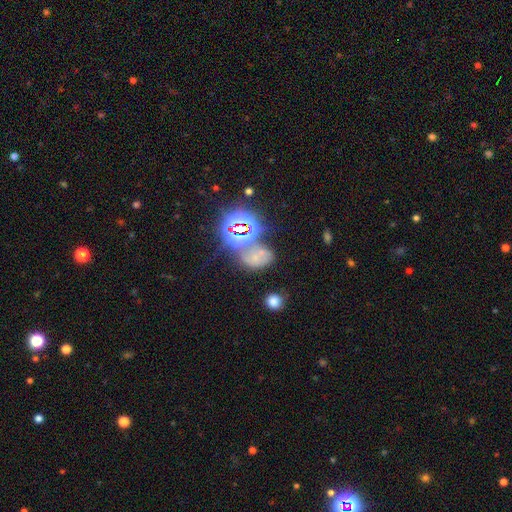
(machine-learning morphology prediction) Smooth or featured: star or artifact — 42% (smooth — 38%)